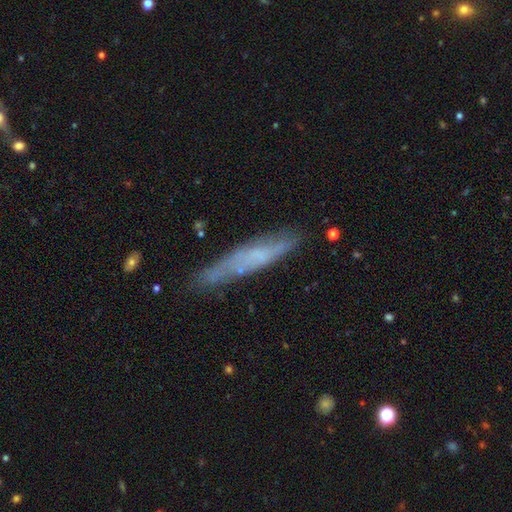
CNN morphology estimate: A smooth galaxy with no disk features (46%, tied with featured or disk). Merging: none (72%).